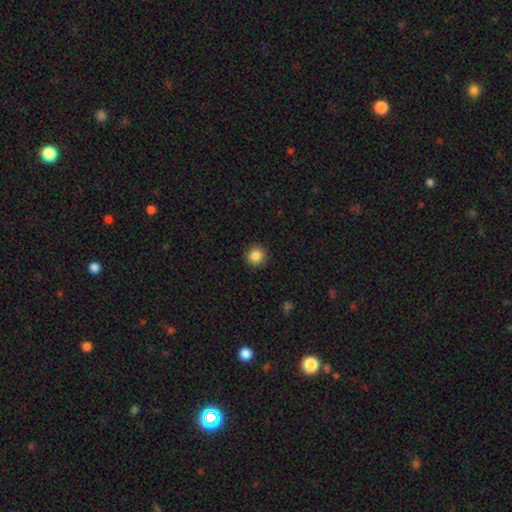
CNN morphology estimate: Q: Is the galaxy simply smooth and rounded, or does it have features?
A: smooth — 86%.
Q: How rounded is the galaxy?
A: round — 93%.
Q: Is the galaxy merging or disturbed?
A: none — 91%.